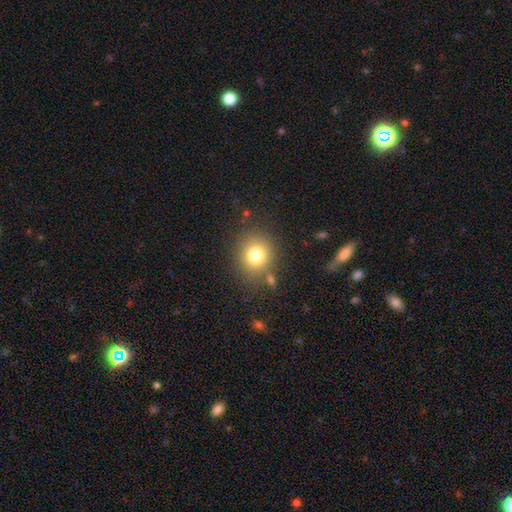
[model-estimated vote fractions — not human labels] This appears to be a smooth galaxy with no disk features (78%) that is round (82%). Merging: none (79%).